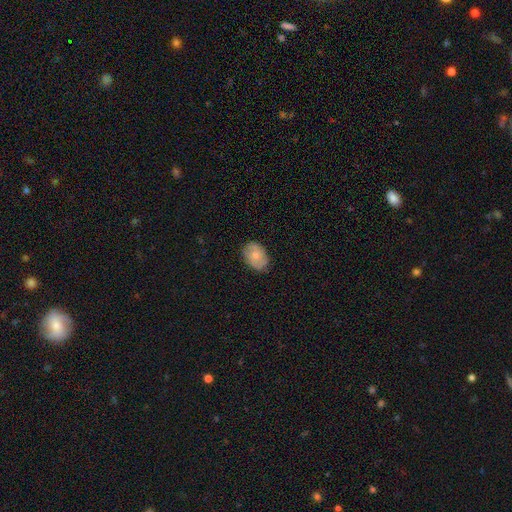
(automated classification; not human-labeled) This appears to be a smooth galaxy with no disk features (67%) that is in between round and cigar-shaped (75%). Merging: none (79%).